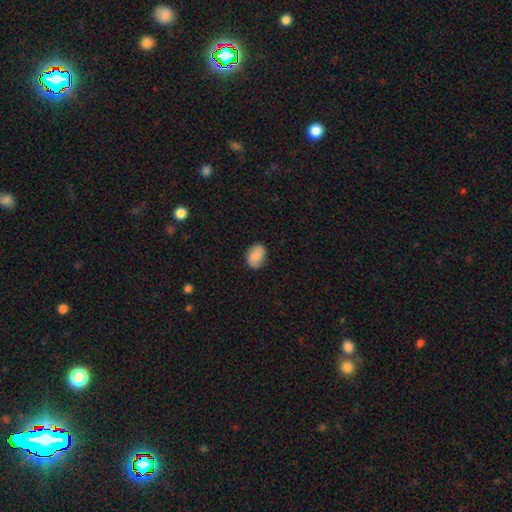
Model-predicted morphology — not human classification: Smooth or featured? Predicted: smooth (p=0.81). How rounded? Predicted: in between (p=0.78). Merging? Predicted: none (p=0.83).